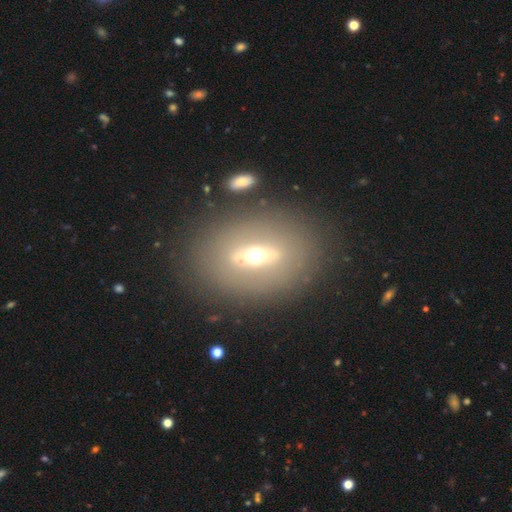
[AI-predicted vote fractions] Morphology: type=featured or disk (55%); edge-on=no (77%); merging=none (80%).